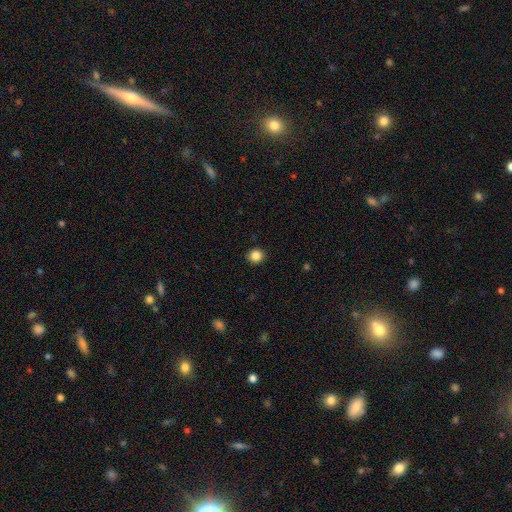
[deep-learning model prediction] Smooth or featured? smooth (85%)
How rounded? round (91%)
Merging? none (92%)